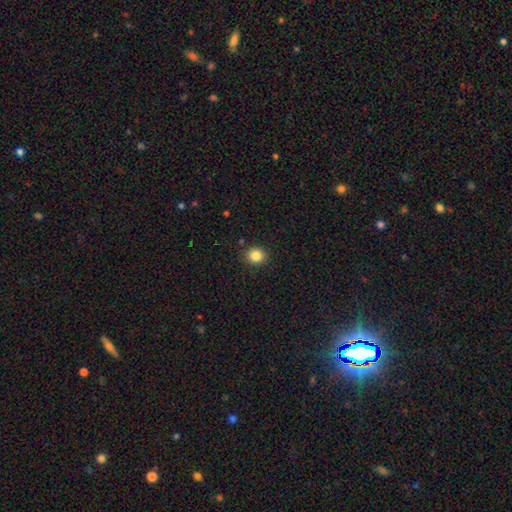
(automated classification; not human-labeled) This is clearly a smooth galaxy (84%). How rounded: clearly round (86%). Merging: clearly none (89%).